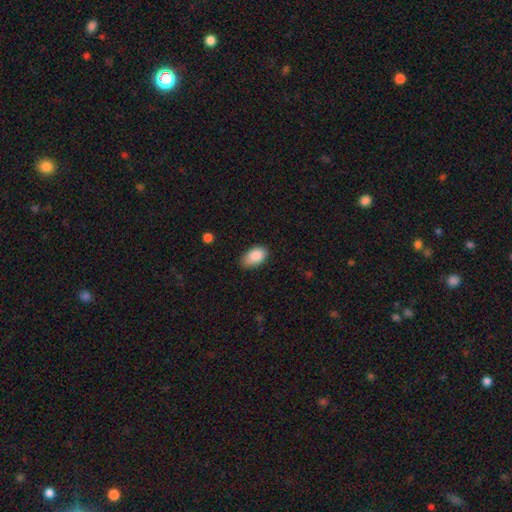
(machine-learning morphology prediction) Overall: smooth (88%). How rounded: in between (93%). Merging: none (76%).